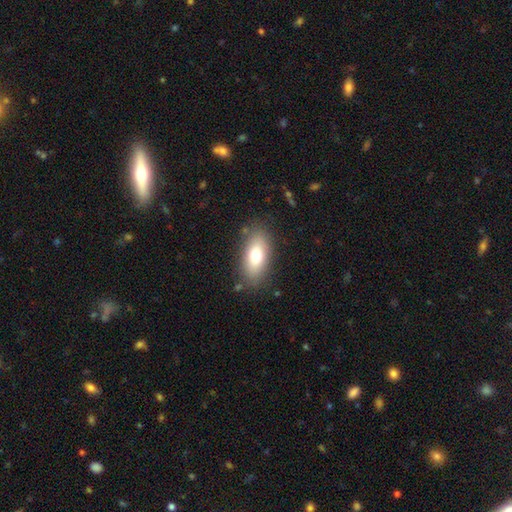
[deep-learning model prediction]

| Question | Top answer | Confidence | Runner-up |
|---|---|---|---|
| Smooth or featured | smooth | 75% | featured or disk (18%) |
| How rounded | in between | 86% | cigar-shaped (10%) |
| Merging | none | 82% | minor disturbance (12%) |